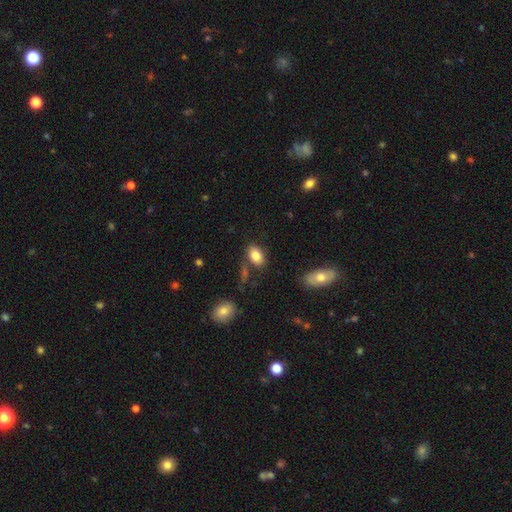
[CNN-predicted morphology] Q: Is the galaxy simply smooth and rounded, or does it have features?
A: smooth — 83%.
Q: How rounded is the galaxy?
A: in between — 89%.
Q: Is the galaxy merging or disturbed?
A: none — 73%.